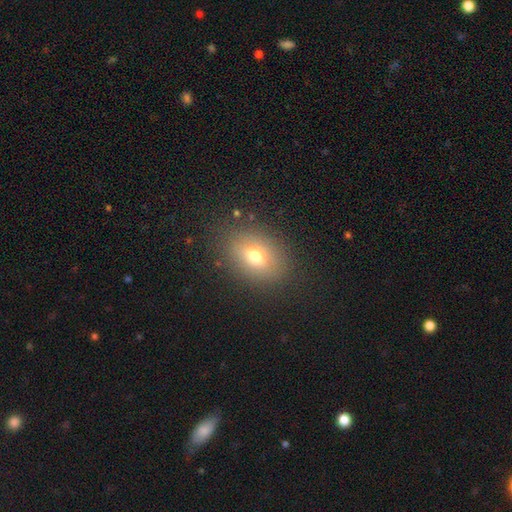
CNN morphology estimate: Smooth or featured?
  - smooth: 70% *
  - featured or disk: 17%
  - star or artifact: 14%
How rounded?
  - in between: 69% *
  - round: 29%
  - cigar-shaped: 2%
Merging?
  - none: 83% *
  - minor disturbance: 11%
  - major disturbance: 5%
  - merger: 1%